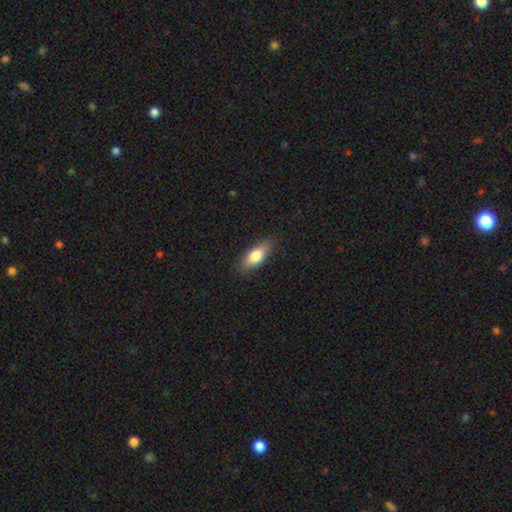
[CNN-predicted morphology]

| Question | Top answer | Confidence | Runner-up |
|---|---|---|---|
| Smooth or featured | smooth | 75% | featured or disk (19%) |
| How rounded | in between | 72% | cigar-shaped (25%) |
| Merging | none | 85% | minor disturbance (12%) |